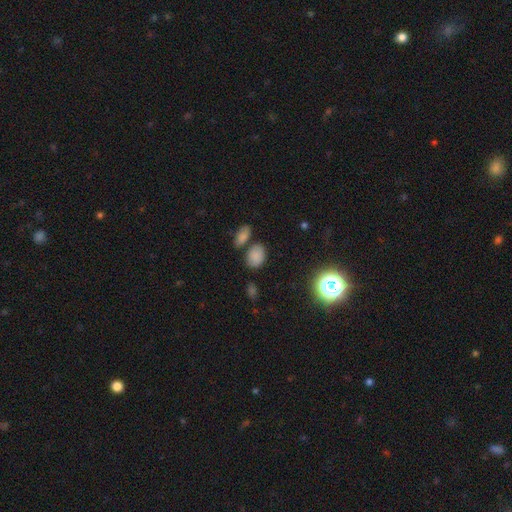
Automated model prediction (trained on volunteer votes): Smooth or featured? smooth (78%)
How rounded? in between (76%)
Merging? none (69%)